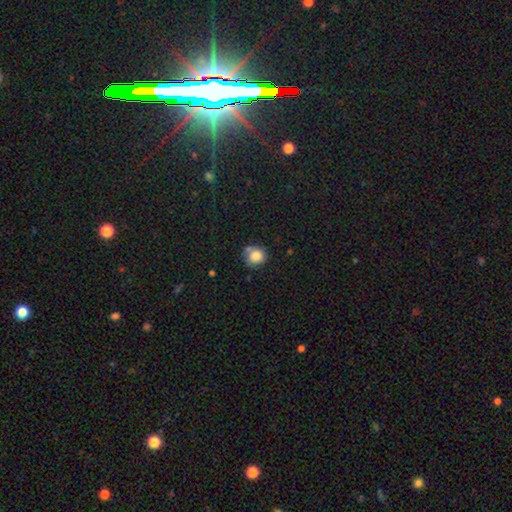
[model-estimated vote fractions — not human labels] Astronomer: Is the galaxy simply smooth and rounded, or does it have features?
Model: smooth — 82%.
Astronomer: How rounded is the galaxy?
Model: round — 82%.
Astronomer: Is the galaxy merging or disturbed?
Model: none — 59%.